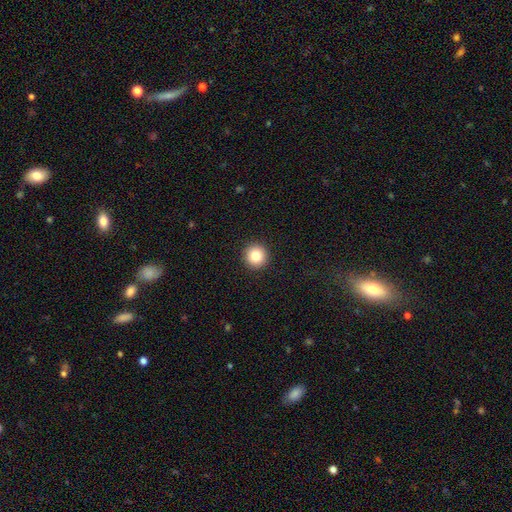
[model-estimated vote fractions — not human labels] Smooth or featured? smooth (83%)
How rounded? round (96%)
Merging? none (93%)